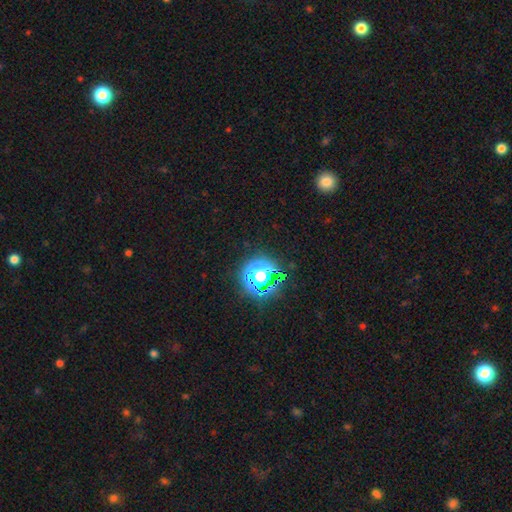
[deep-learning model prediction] Morphology: type=star or artifact (80%).